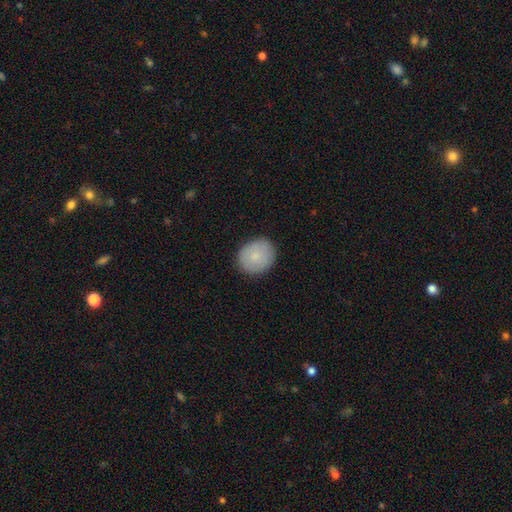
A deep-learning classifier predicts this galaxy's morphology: Smooth or featured: smooth — 82% (featured or disk — 11%)
How rounded: round — 77% (in between — 22%)
Merging: none — 87% (minor disturbance — 10%)